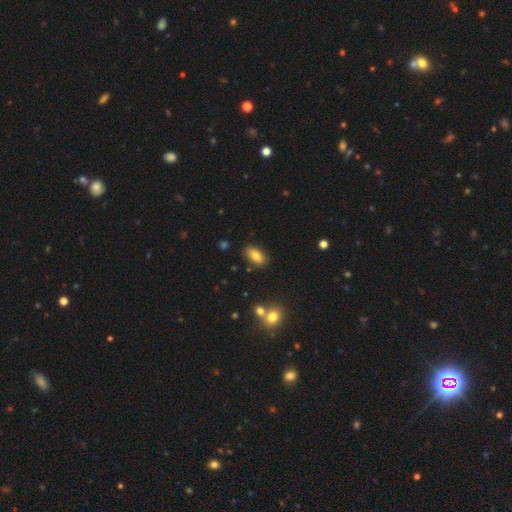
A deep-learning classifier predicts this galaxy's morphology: Q: Smooth or featured?
A: smooth (79%); runner-up: featured or disk (13%)
Q: How rounded?
A: in between (89%); runner-up: cigar-shaped (7%)
Q: Merging?
A: none (84%); runner-up: minor disturbance (10%)